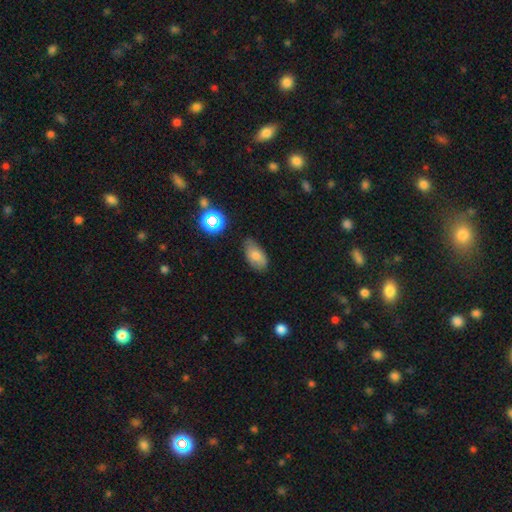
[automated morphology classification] smooth-or-featured: smooth: 77% | featured or disk: 12% | star or artifact: 11%
  how-rounded: in between: 92% | round: 5% | cigar-shaped: 2%
  merging: none: 66% | minor disturbance: 27% | major disturbance: 5% | merger: 2%